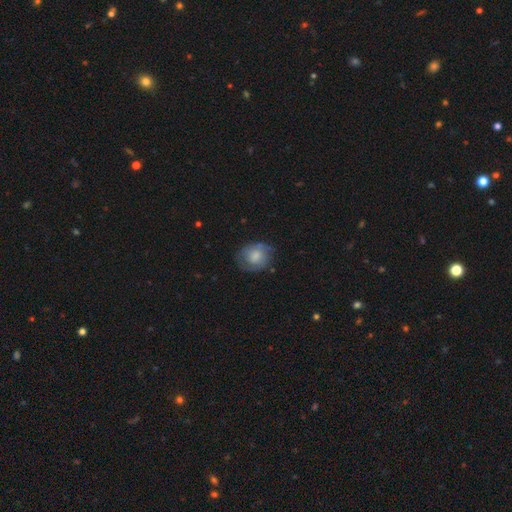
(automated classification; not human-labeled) Overall: smooth (57%; featured or disk 35%). How rounded: round (65%; in between 34%). Merging: none (67%).